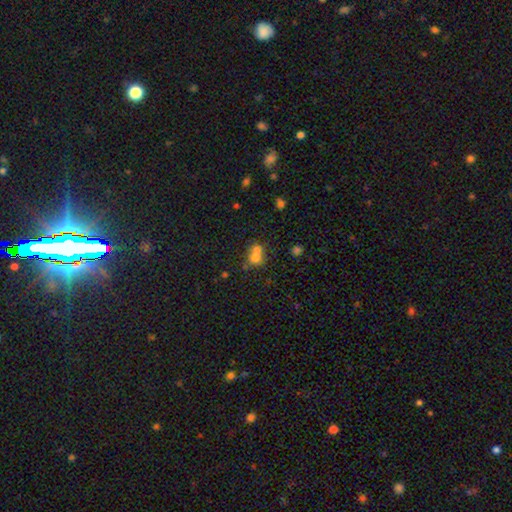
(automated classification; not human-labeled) smooth 68%, featured or disk 17%, star or artifact 14%. Down the decision tree: how rounded — round (76%); merging — merger (63%).